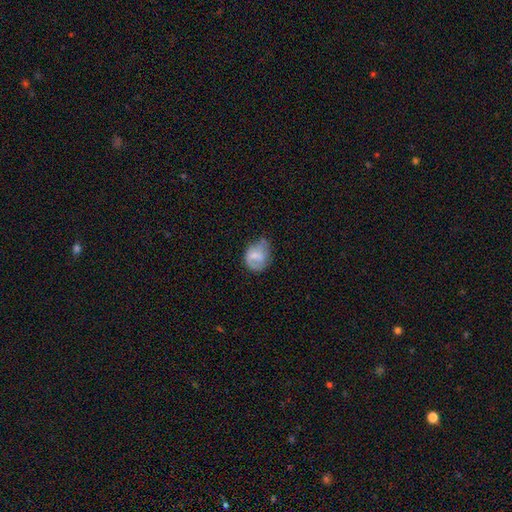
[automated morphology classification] Smooth or featured: smooth — 61% (featured or disk — 31%)
How rounded: round — 55% (in between — 44%)
Merging: none — 42% (minor disturbance — 37%)